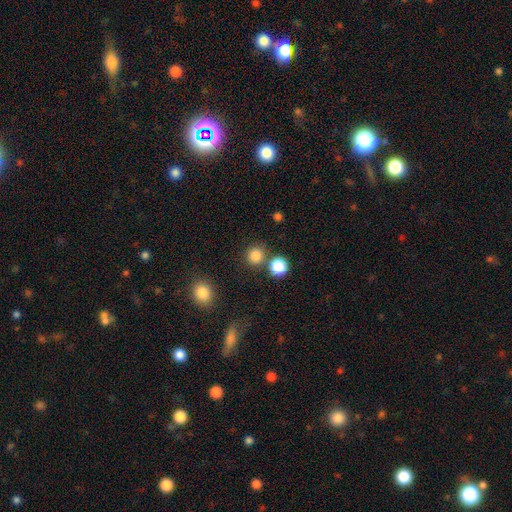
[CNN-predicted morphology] This appears to be a smooth galaxy with no disk features (83%) that is round (90%). Merging: none (76%).